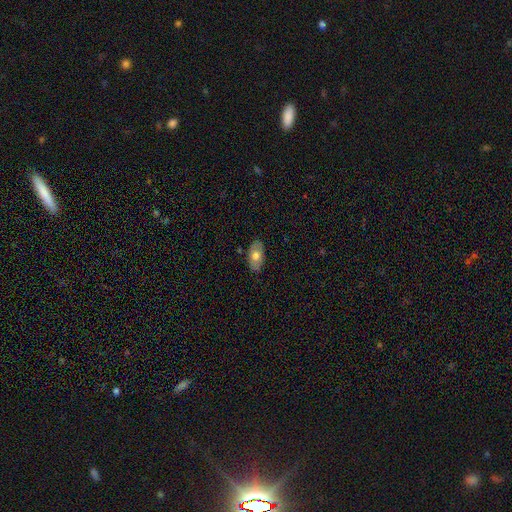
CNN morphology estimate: smooth-or-featured: smooth: 67% | featured or disk: 26% | star or artifact: 7%
  how-rounded: in between: 93% | round: 5% | cigar-shaped: 2%
  merging: none: 84% | minor disturbance: 12% | major disturbance: 2% | merger: 1%